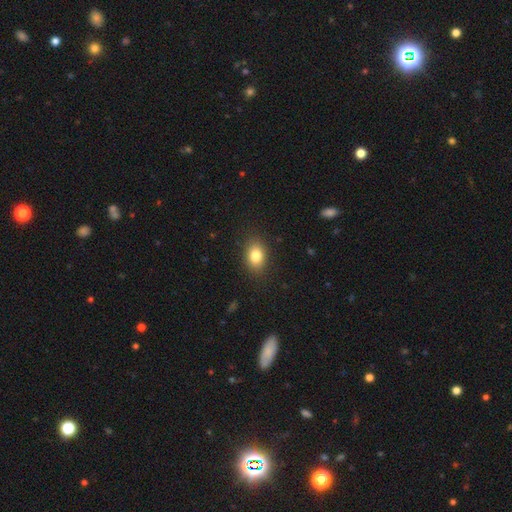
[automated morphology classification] A smooth galaxy with no disk features (82%) that is in between round and cigar-shaped (75%). Merging: none (87%).